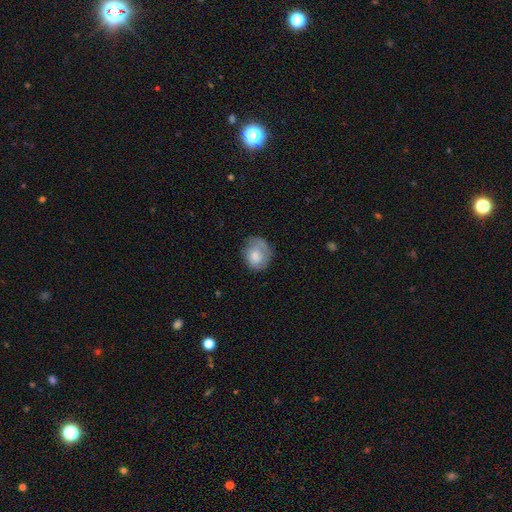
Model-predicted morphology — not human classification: Smooth or featured? smooth (70%)
How rounded? round (68%)
Merging? none (58%)